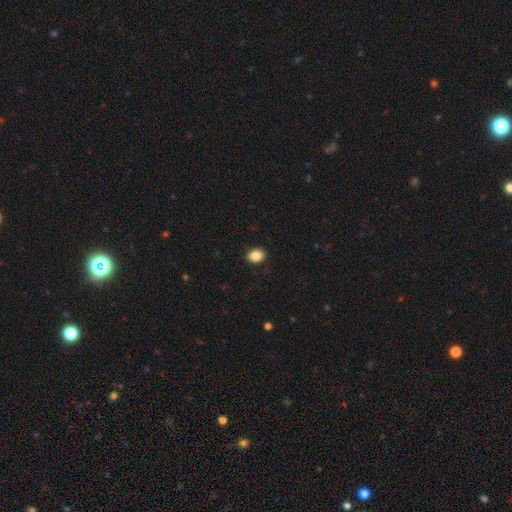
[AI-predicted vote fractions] smooth_or_featured: smooth (p=0.86) [alt: star or artifact p=0.09]
how_rounded: in between (p=0.52) [alt: round p=0.47]
merging: none (p=0.90) [alt: minor disturbance p=0.07]